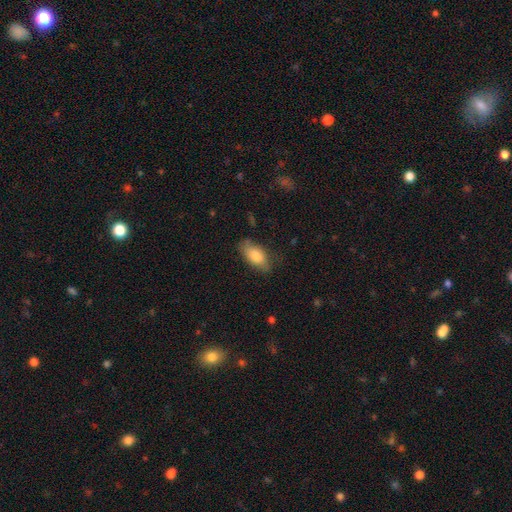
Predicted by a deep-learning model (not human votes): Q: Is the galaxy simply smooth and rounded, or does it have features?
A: smooth — 79%.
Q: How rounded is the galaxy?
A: in between — 89%.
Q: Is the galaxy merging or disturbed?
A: none — 71%.